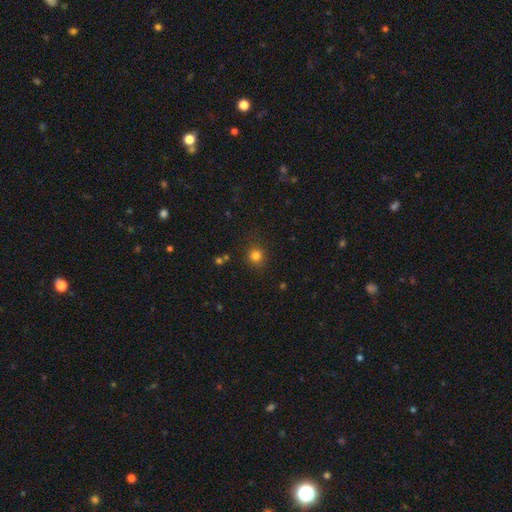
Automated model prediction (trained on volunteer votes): Smooth or featured? Predicted: smooth (p=0.80). How rounded? Predicted: round (p=0.91). Merging? Predicted: none (p=0.87).